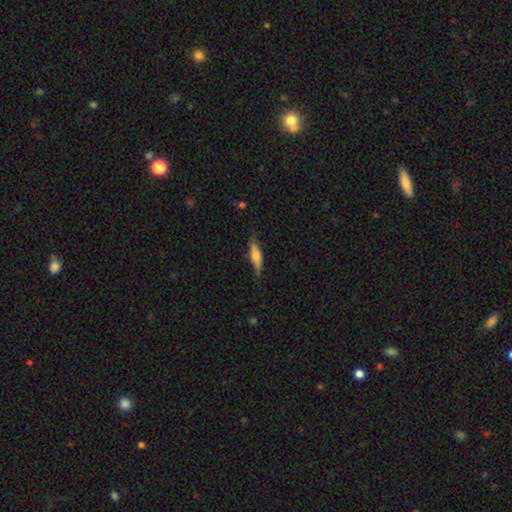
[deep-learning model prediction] The model was most divided on "smooth or featured": smooth: 56%, featured or disk: 38%, star or artifact: 6%. More confident: merging — none (73%); how rounded — cigar-shaped (65%).